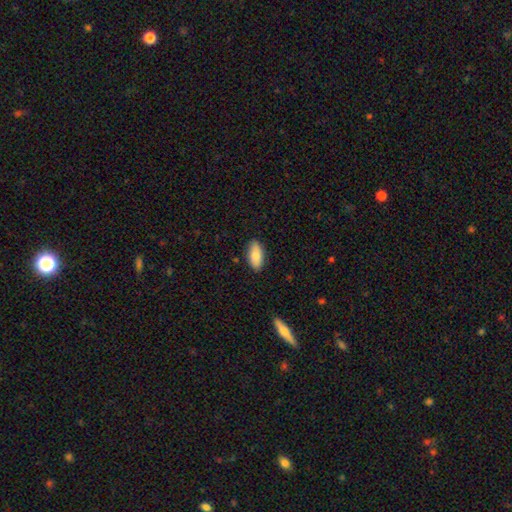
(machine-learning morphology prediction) smooth_or_featured: smooth (p=0.79) [alt: featured or disk p=0.15]
how_rounded: in between (p=0.88) [alt: cigar-shaped p=0.09]
merging: none (p=0.87) [alt: minor disturbance p=0.10]